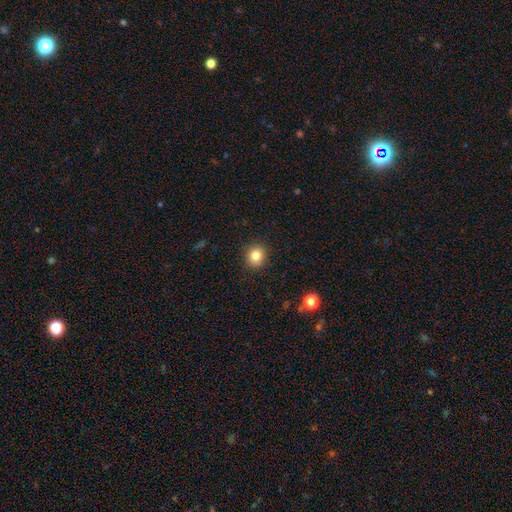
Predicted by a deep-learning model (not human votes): Smooth or featured? Predicted: smooth (p=0.84). How rounded? Predicted: round (p=0.83). Merging? Predicted: none (p=0.90).